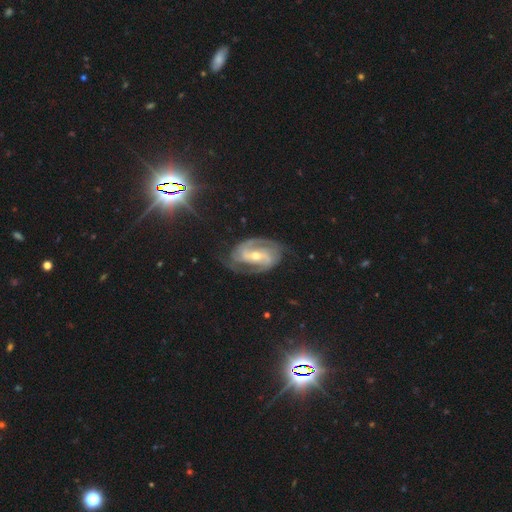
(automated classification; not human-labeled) A featured or disk galaxy (88%) with a strong bar (41%), 2 (81%) medium (46%) spiral arms (97%) and a moderate central bulge (55%). Merging: none (71%).